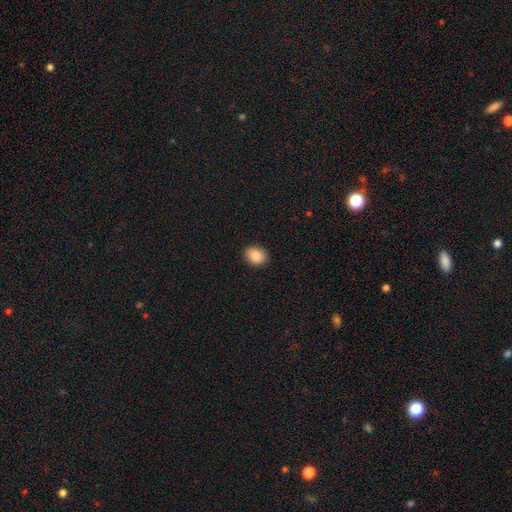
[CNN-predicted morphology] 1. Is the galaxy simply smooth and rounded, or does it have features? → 89% smooth, 8% star or artifact, 4% featured or disk.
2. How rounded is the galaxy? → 51% in between, 48% round, 1% cigar-shaped.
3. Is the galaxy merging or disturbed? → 89% none, 8% minor disturbance, 2% major disturbance, 1% merger.